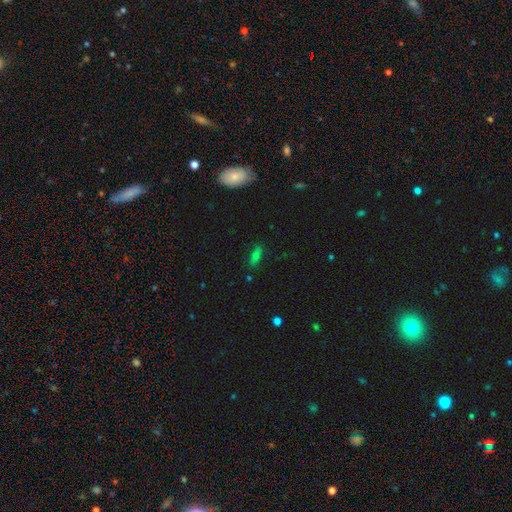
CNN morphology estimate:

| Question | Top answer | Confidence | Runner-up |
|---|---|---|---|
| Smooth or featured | smooth | 61% | star or artifact (20%) |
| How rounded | in between | 64% | cigar-shaped (29%) |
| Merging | none | 78% | minor disturbance (15%) |